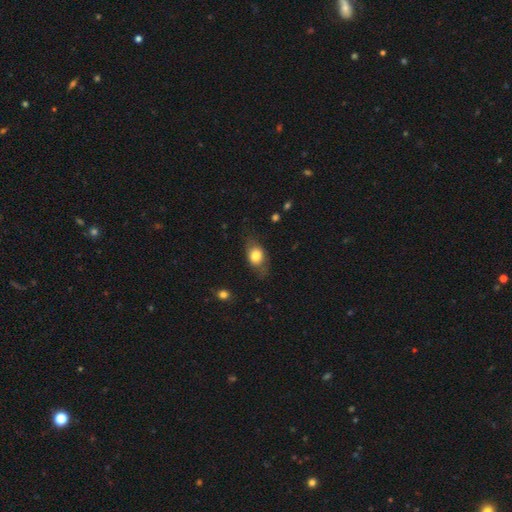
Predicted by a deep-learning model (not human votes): This is likely a smooth galaxy (74%). How rounded: likely in between (73%). Merging: likely none (69%).